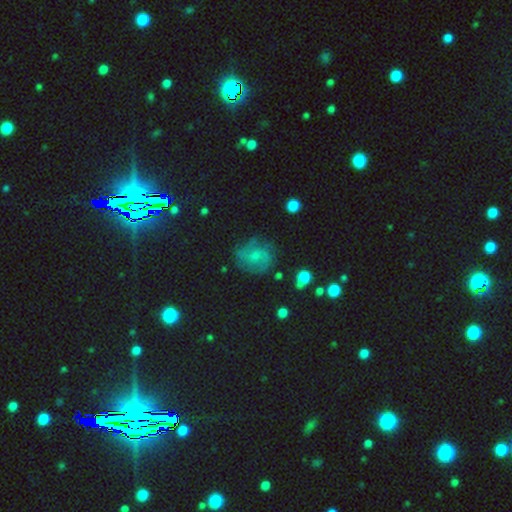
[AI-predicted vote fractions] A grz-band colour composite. It shows a featured or disk galaxy (50%). Merging: none (67%).